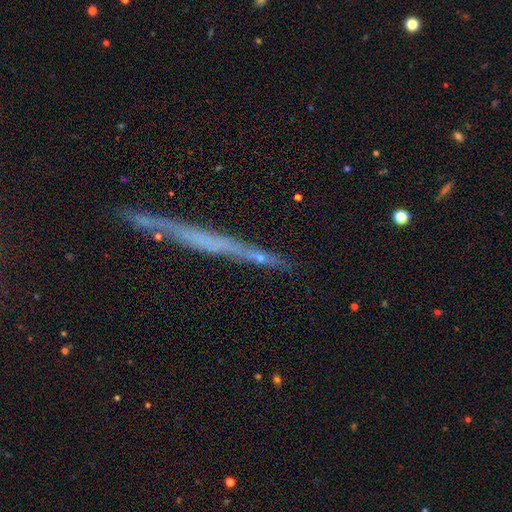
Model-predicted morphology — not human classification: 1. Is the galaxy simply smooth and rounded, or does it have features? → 54% featured or disk, 32% smooth, 14% star or artifact.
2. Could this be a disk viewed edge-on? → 91% yes, 9% no.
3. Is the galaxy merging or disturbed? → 77% none, 14% minor disturbance, 5% merger, 4% major disturbance.